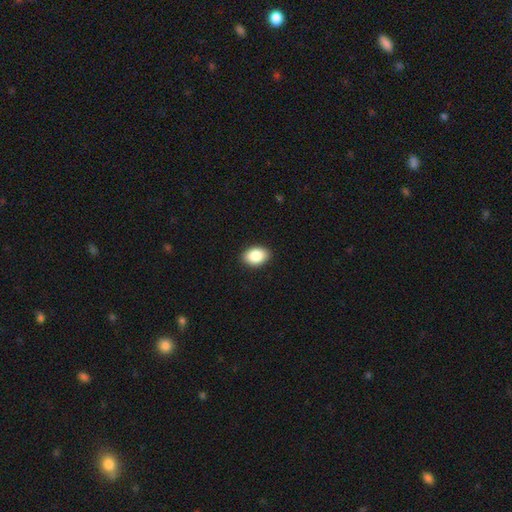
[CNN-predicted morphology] smooth-or-featured: smooth: 88% | star or artifact: 7% | featured or disk: 5%
  how-rounded: in between: 84% | round: 15% | cigar-shaped: 1%
  merging: none: 90% | minor disturbance: 7% | major disturbance: 2% | merger: 1%